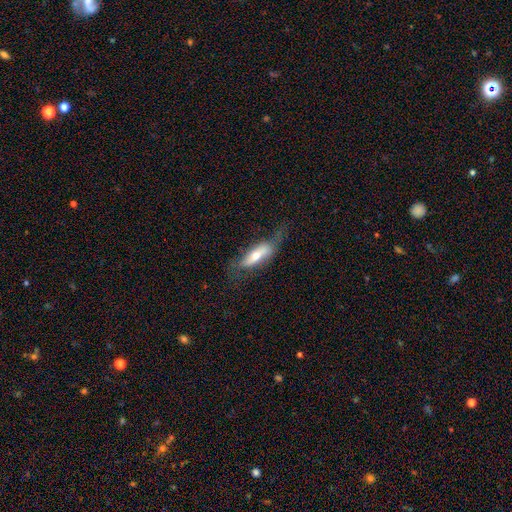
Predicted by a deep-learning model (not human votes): Smooth or featured? featured or disk (48%)
Merging? none (51%)